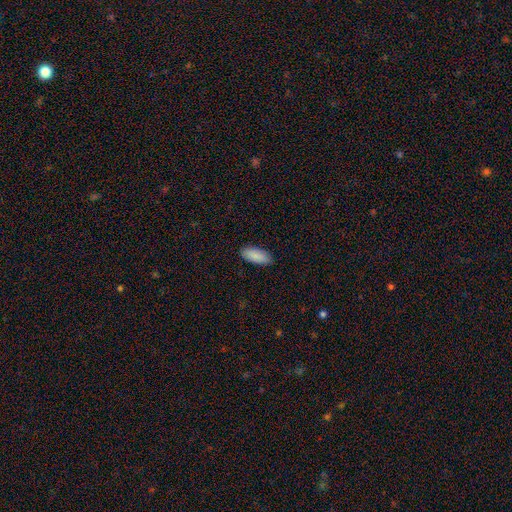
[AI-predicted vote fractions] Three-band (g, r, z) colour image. It shows a smooth galaxy with no disk features (90%) that is in between round and cigar-shaped (83%). Merging: none (89%).